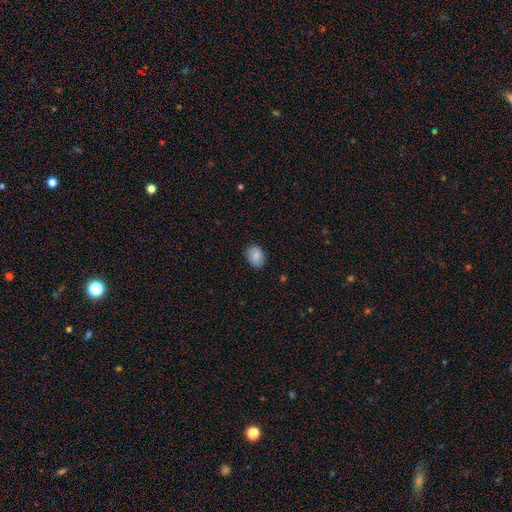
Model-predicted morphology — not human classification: Q: Smooth or featured?
A: smooth (83%); runner-up: featured or disk (9%)
Q: How rounded?
A: in between (68%); runner-up: round (31%)
Q: Merging?
A: none (82%); runner-up: minor disturbance (15%)